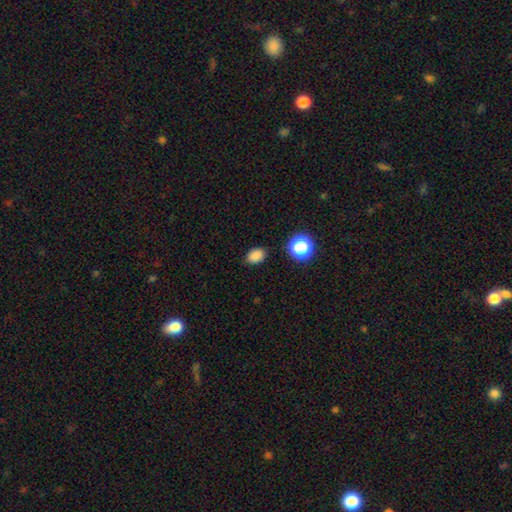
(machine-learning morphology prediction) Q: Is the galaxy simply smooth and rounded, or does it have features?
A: smooth — 84%.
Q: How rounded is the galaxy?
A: in between — 69%.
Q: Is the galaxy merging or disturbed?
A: none — 85%.